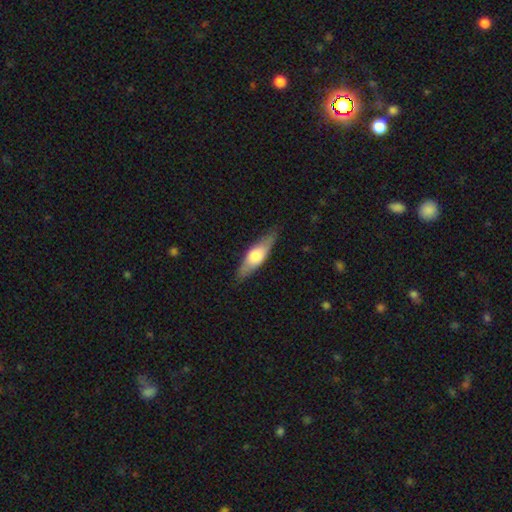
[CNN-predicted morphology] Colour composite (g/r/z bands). It shows a smooth galaxy with no disk features (51%) that is cigar-shaped (53%). Merging: none (83%).